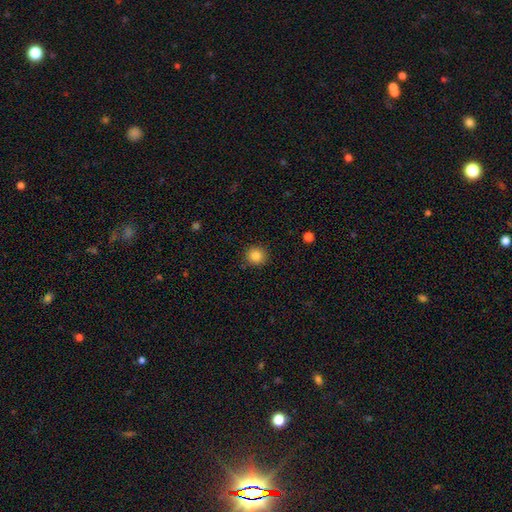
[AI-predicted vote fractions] A smooth galaxy with no disk features (84%) that is round (92%). Merging: none (90%).